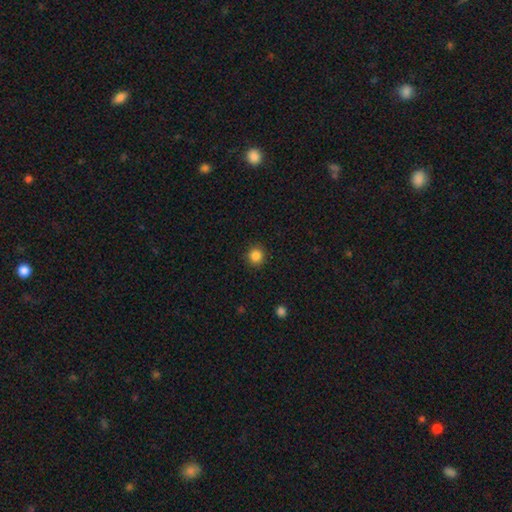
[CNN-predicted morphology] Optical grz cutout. It shows a smooth galaxy with no disk features (85%) that is round (91%). Merging: none (91%).